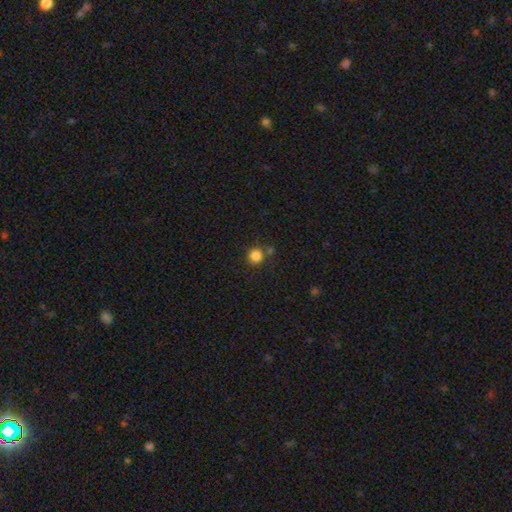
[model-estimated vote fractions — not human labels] A smooth galaxy with no disk features (84%) that is round (91%). Merging: none (75%).